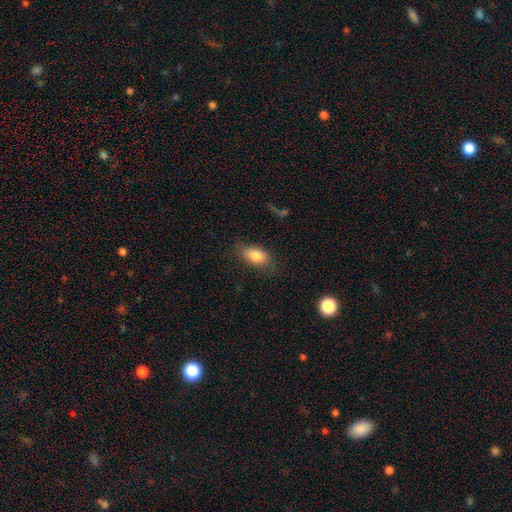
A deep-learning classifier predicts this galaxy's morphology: A smooth galaxy with no disk features (82%) that is in between round and cigar-shaped (89%).

Vote fractions:
- Smooth or featured? smooth: 82% / featured or disk: 10% / star or artifact: 8%
- How rounded? in between: 89% / round: 7% / cigar-shaped: 4%
- Merging? none: 78% / minor disturbance: 15% / major disturbance: 5% / merger: 1%